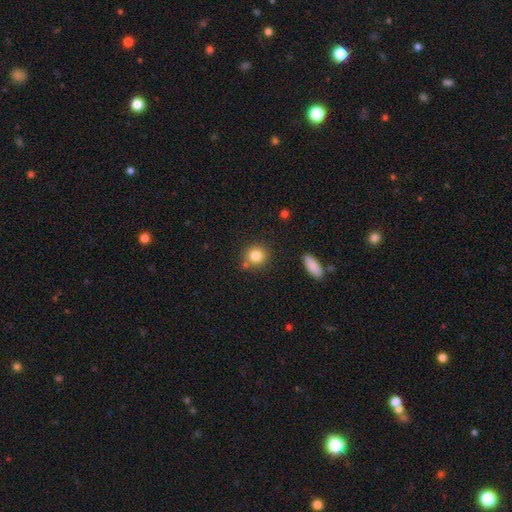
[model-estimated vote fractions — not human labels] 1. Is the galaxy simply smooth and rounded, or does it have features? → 83% smooth, 10% star or artifact, 7% featured or disk.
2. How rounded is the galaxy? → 87% round, 12% in between, 1% cigar-shaped.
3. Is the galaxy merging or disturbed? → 75% none, 11% merger, 11% minor disturbance, 3% major disturbance.